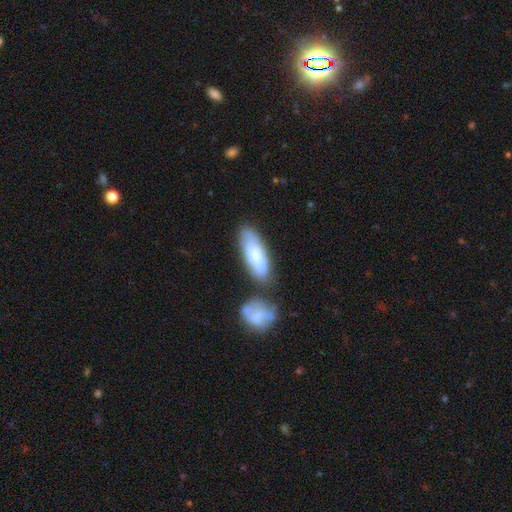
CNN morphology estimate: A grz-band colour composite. It shows a smooth galaxy with no disk features (61%) that is in between round and cigar-shaped (64%). Merging: none (59%).